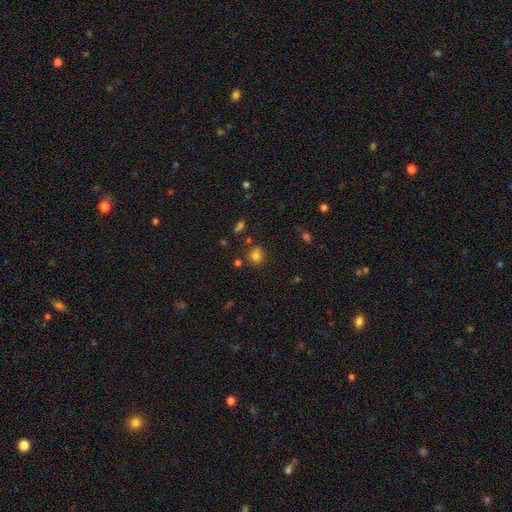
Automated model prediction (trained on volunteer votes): This is likely a smooth galaxy (77%). How rounded: clearly round (86%). Merging: likely none (73%).